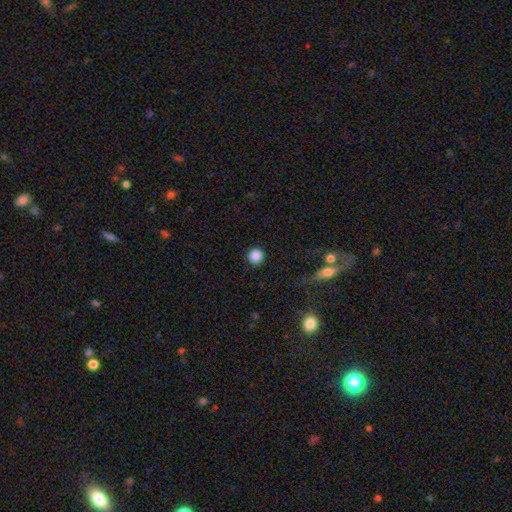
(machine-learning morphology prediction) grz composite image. It shows a smooth galaxy with no disk features (87%) that is round (95%). Merging: none (92%).